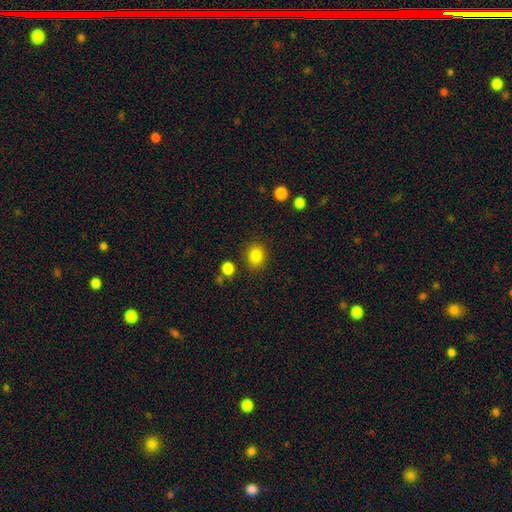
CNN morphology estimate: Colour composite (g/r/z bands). It shows a smooth galaxy with no disk features (85%) that is round (64%). Merging: none (83%).